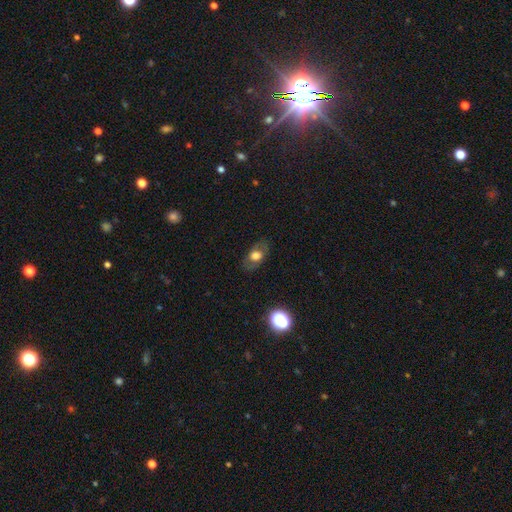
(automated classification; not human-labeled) Smooth or featured: smooth — 56% (featured or disk — 33%)
How rounded: in between — 80% (round — 17%)
Merging: none — 79% (minor disturbance — 14%)